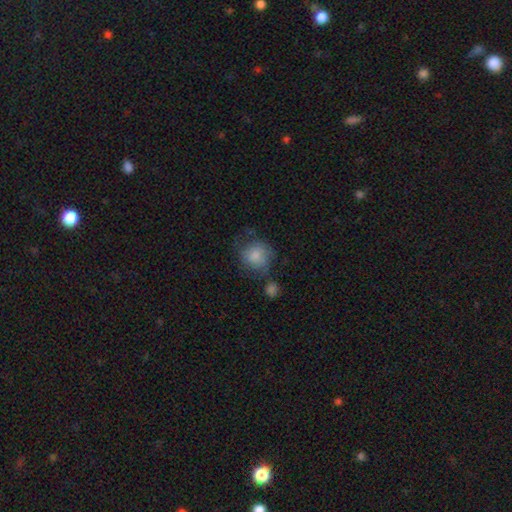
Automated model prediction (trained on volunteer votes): A smooth galaxy with no disk features (80%) that is round (82%).

Vote fractions:
- Smooth or featured? smooth: 80% / featured or disk: 13% / star or artifact: 7%
- How rounded? round: 82% / in between: 17% / cigar-shaped: 1%
- Merging? none: 49% / minor disturbance: 26% / major disturbance: 14% / merger: 11%